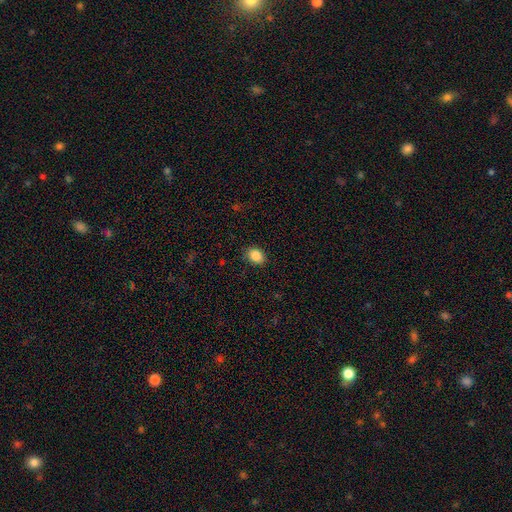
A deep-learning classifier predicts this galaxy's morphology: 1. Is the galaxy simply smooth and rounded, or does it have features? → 88% smooth, 9% star or artifact, 3% featured or disk.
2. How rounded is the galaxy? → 59% in between, 40% round, 1% cigar-shaped.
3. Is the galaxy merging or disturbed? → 84% none, 12% minor disturbance, 3% major disturbance, 1% merger.